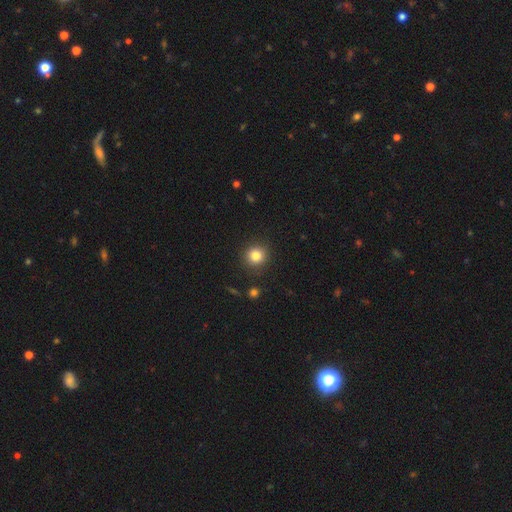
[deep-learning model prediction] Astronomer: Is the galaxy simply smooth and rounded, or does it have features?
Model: smooth — 82%.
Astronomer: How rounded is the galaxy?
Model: round — 90%.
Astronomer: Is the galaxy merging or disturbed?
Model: none — 89%.